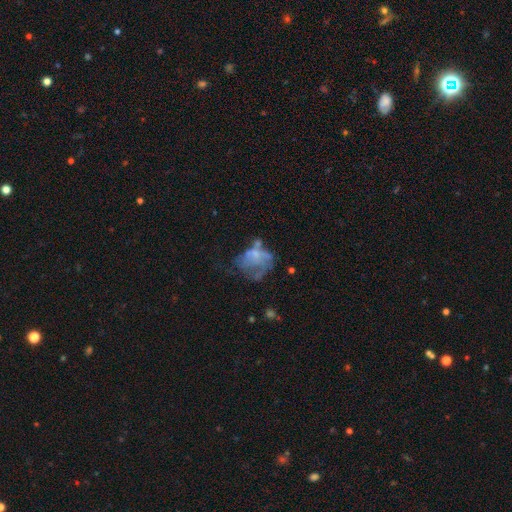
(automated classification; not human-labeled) featured or disk 50%, smooth 38%, star or artifact 12%. Down the decision tree: merging — major disturbance (43%).